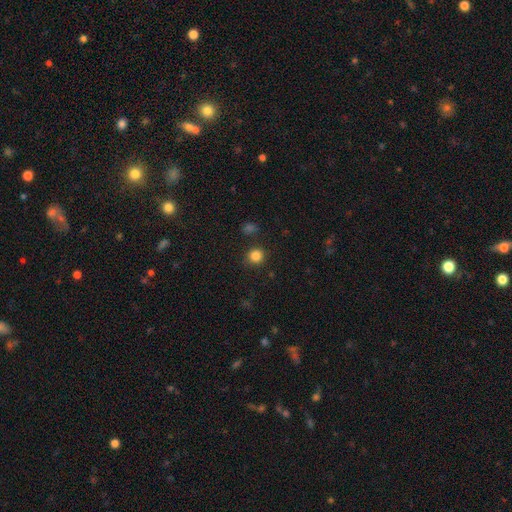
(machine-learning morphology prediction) A smooth galaxy with no disk features (83%) that is round (89%). Merging: none (87%).